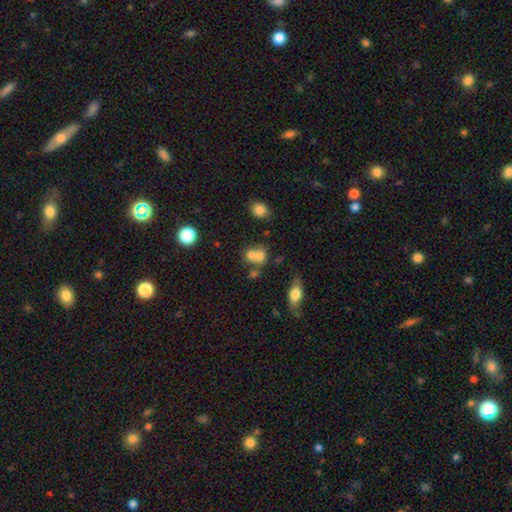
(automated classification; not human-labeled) This is likely a smooth galaxy (68%). How rounded: likely round (65%). Merging: possibly merger (60%).